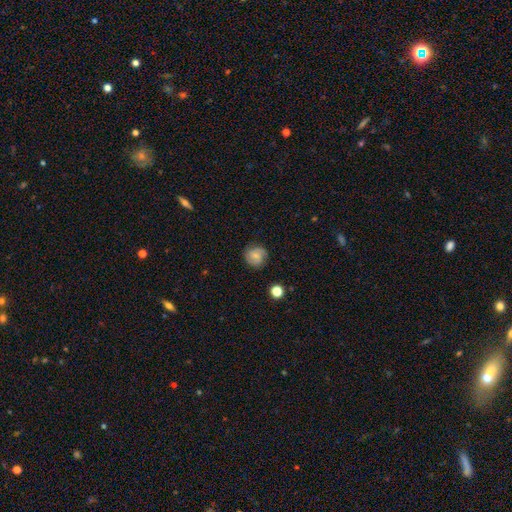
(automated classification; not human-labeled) smooth 55%, featured or disk 35%, star or artifact 10%. Down the decision tree: how rounded — round (88%); merging — none (81%).